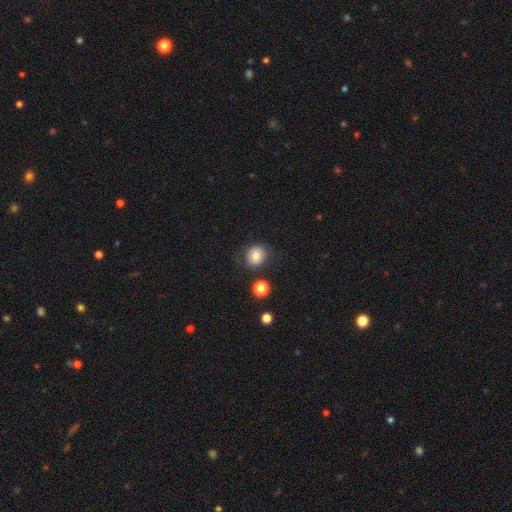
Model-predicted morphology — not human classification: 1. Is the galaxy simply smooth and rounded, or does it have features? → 77% smooth, 12% featured or disk, 11% star or artifact.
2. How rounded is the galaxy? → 81% round, 18% in between, 1% cigar-shaped.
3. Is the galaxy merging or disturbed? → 76% none, 14% minor disturbance, 6% major disturbance, 4% merger.